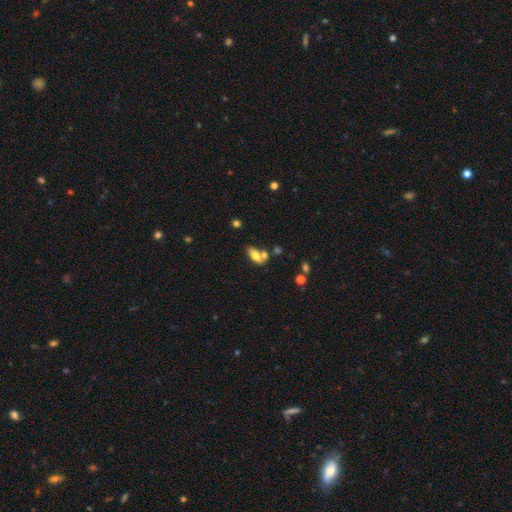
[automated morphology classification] A smooth galaxy with no disk features (70%) that is in between round and cigar-shaped (85%). Merging: none (49%).